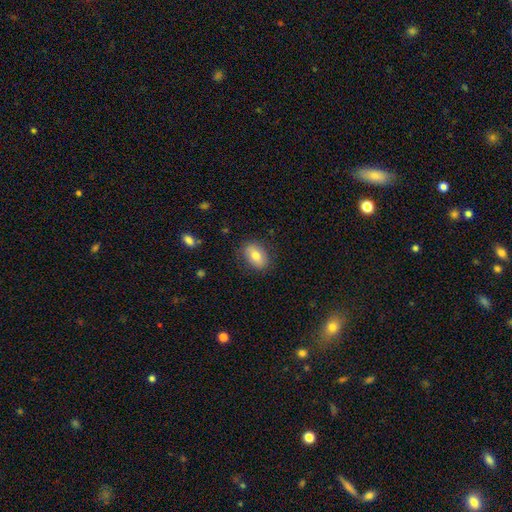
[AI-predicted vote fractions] Morphology: type=smooth (74%); roundness=in between (82%); merging=none (83%).